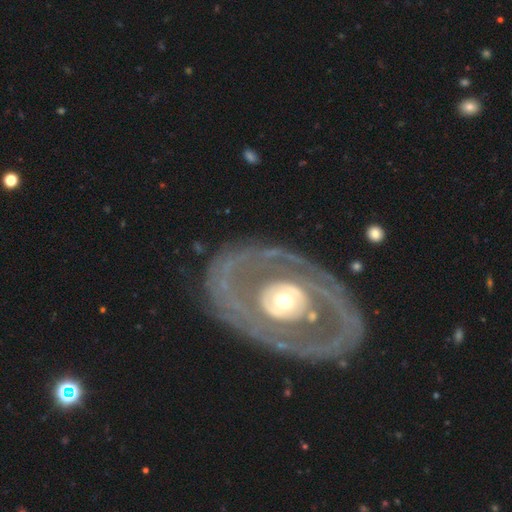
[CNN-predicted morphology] A featured or disk galaxy (79%) with no bar (83%), no spiral arms (55%) and a moderate central bulge (56%).

Vote fractions:
- Smooth or featured? featured or disk: 79% / smooth: 16% / star or artifact: 5%
- Edge-on disk? no: 94% / yes: 6%
- Bar? no: 83% / weak: 11% / strong: 6%
- Spiral arms? no: 55% / yes: 45%
- Bulge size? moderate: 56% / small: 26% / large: 14% / dominant: 2% / none: 1%
- Merging? none: 79% / minor disturbance: 12% / major disturbance: 7% / merger: 2%